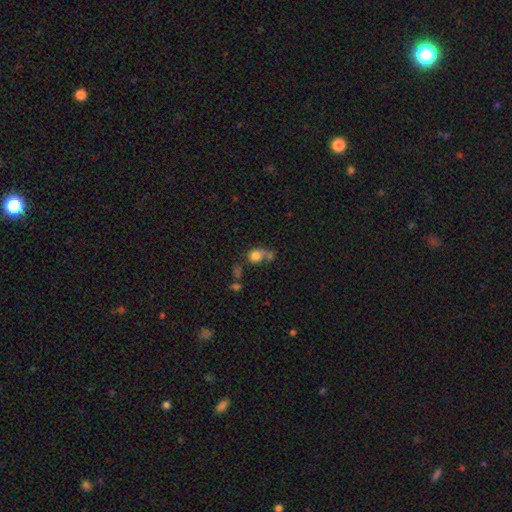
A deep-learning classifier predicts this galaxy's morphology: Smooth or featured?
  - smooth: 76% *
  - star or artifact: 12%
  - featured or disk: 12%
How rounded?
  - round: 69% *
  - in between: 30%
  - cigar-shaped: 1%
Merging?
  - merger: 37% *
  - none: 36%
  - minor disturbance: 15%
  - major disturbance: 12%